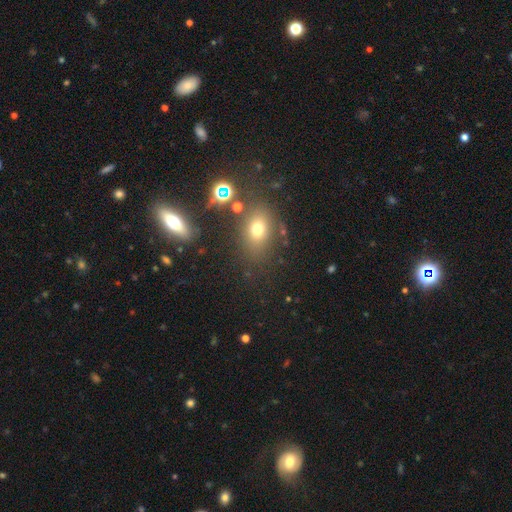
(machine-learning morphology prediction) A smooth galaxy with no disk features (49%).

Vote fractions:
- Smooth or featured? smooth: 49% / star or artifact: 29% / featured or disk: 21%
- Merging? none: 68% / minor disturbance: 13% / merger: 13% / major disturbance: 6%